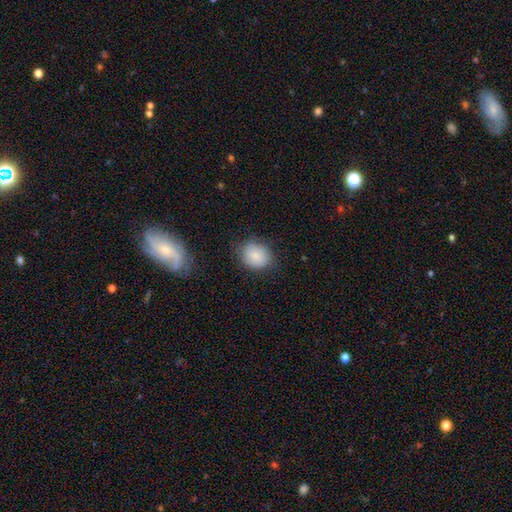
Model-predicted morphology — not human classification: Overall: smooth (85%). How rounded: round (61%; in between 38%). Merging: none (78%).